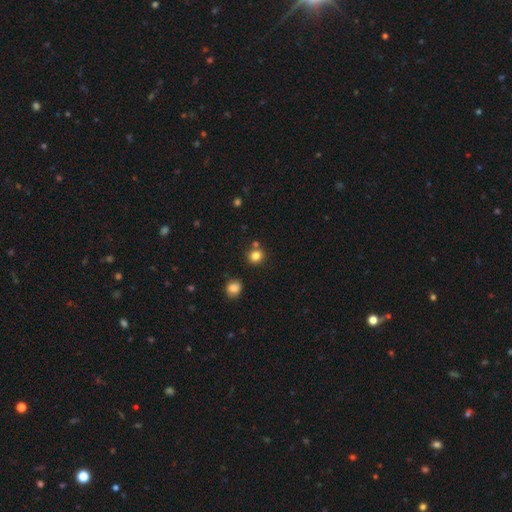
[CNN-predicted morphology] type=smooth (82%); roundness=round (87%); merging=none (77%).